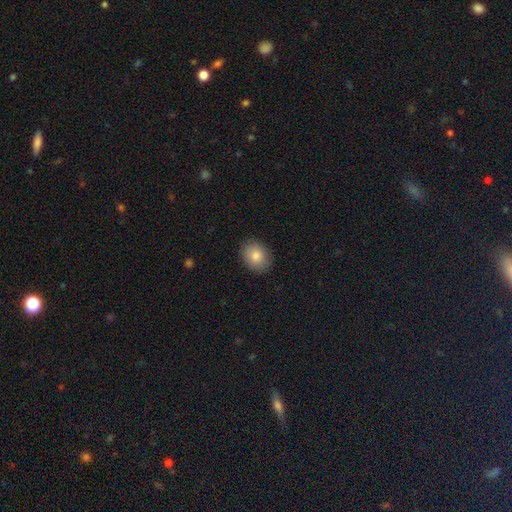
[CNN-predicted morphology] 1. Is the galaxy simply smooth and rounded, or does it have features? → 84% smooth, 8% star or artifact, 8% featured or disk.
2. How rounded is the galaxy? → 57% in between, 42% round, 1% cigar-shaped.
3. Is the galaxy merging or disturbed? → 88% none, 9% minor disturbance, 2% major disturbance, 1% merger.